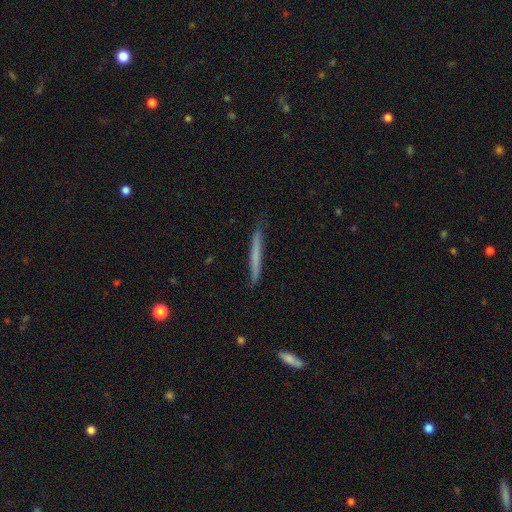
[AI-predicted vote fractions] Overall: smooth (57%; featured or disk 37%). How rounded: cigar-shaped (97%). Merging: none (86%).